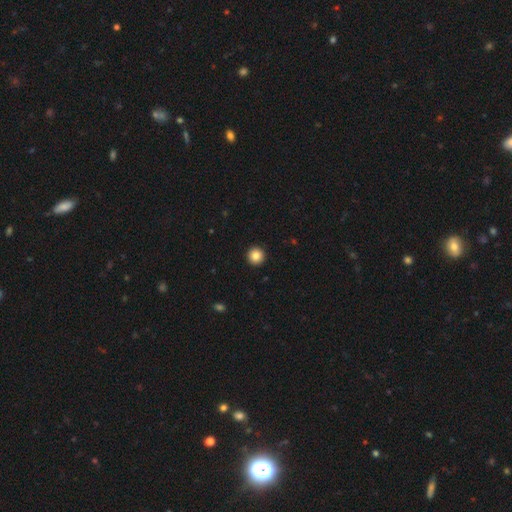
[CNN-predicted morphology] A smooth galaxy with no disk features (86%) that is round (96%).

Vote fractions:
- Smooth or featured? smooth: 86% / star or artifact: 10% / featured or disk: 5%
- How rounded? round: 96% / in between: 3% / cigar-shaped: 1%
- Merging? none: 94% / minor disturbance: 4% / major disturbance: 1% / merger: 1%